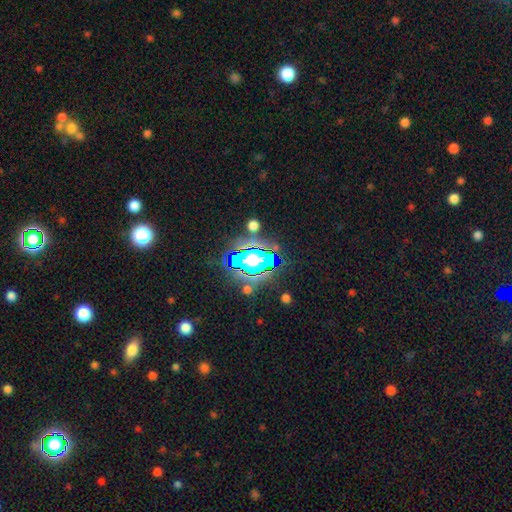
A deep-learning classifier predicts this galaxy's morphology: smooth-or-featured: star or artifact: 82% | smooth: 11% | featured or disk: 7%